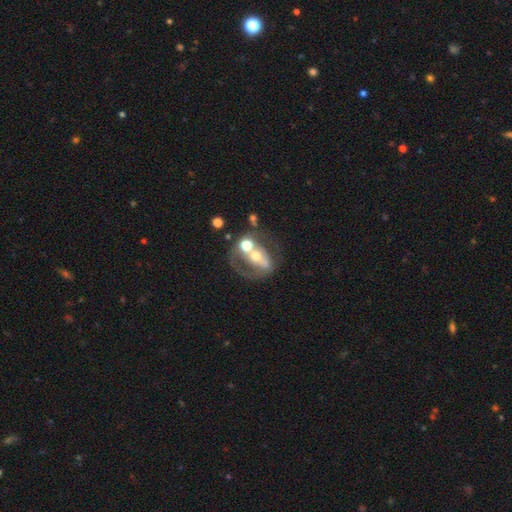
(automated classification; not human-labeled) Q: Smooth or featured?
A: featured or disk (63%); runner-up: smooth (27%)
Q: Edge-on disk?
A: no (94%); runner-up: yes (6%)
Q: Bar?
A: no (52%); runner-up: strong (25%)
Q: Spiral arms?
A: no (61%); runner-up: yes (39%)
Q: Bulge size?
A: moderate (62%); runner-up: small (21%)
Q: Merging?
A: merger (38%); runner-up: none (31%)